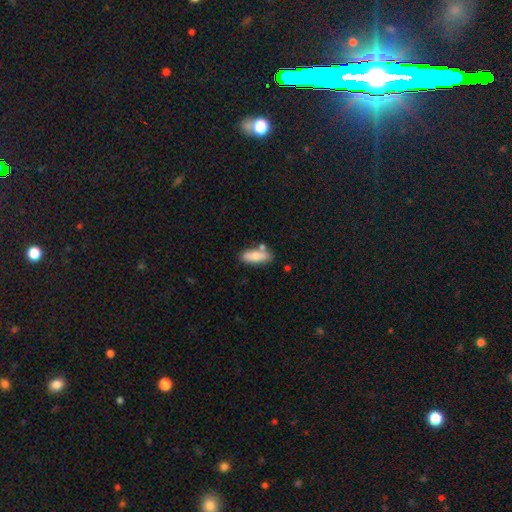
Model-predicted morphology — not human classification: Overall: smooth (79%). How rounded: in between (70%). Merging: none (68%).